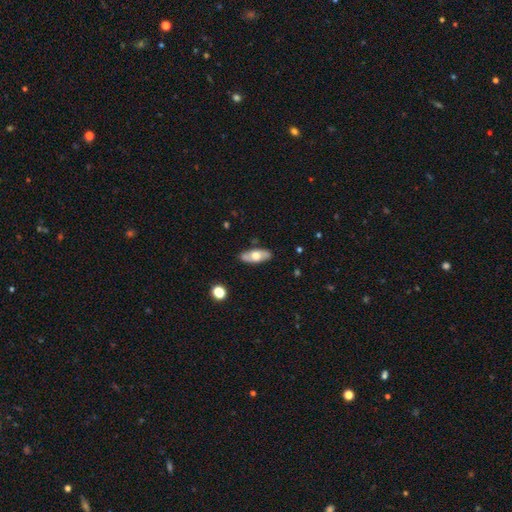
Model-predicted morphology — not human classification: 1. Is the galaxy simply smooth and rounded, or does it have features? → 51% smooth, 43% featured or disk, 6% star or artifact.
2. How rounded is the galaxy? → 80% in between, 16% cigar-shaped, 4% round.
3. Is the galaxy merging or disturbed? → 85% none, 11% minor disturbance, 2% major disturbance, 1% merger.